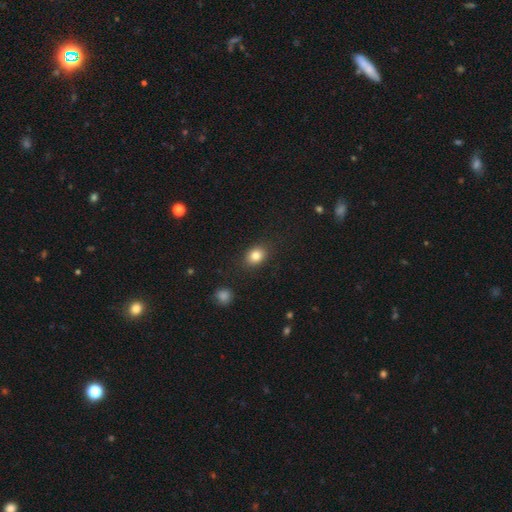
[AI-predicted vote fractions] This appears to be a smooth galaxy with no disk features (83%) that is in between round and cigar-shaped (56%). Merging: none (85%).